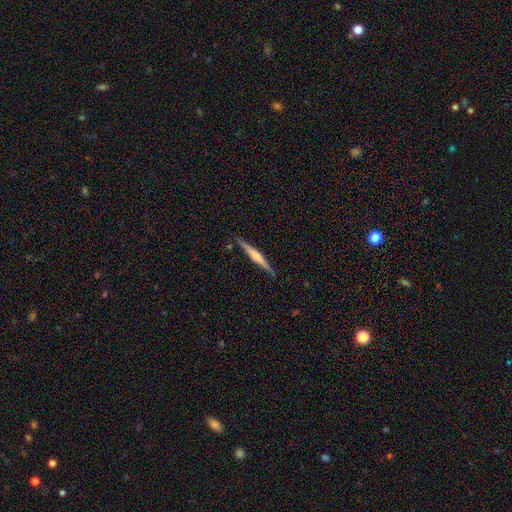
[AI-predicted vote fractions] This is likely a featured or disk galaxy (71%). It is clearly viewed edge-on (98%). Edge-on bulge: likely rounded (72%). Merging: clearly none (90%).